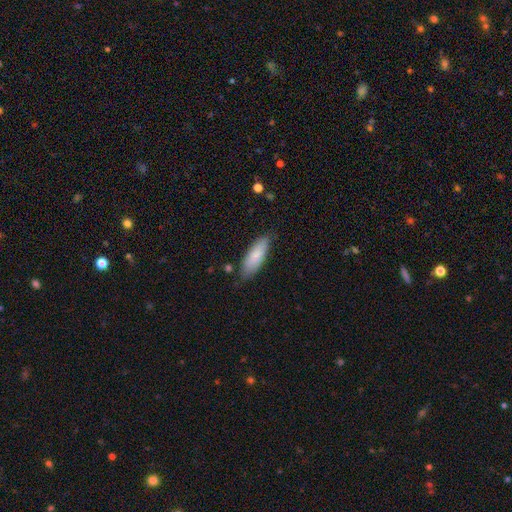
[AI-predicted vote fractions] Smooth or featured: smooth — 82% (featured or disk — 13%)
How rounded: in between — 62% (cigar-shaped — 37%)
Merging: none — 77% (minor disturbance — 18%)